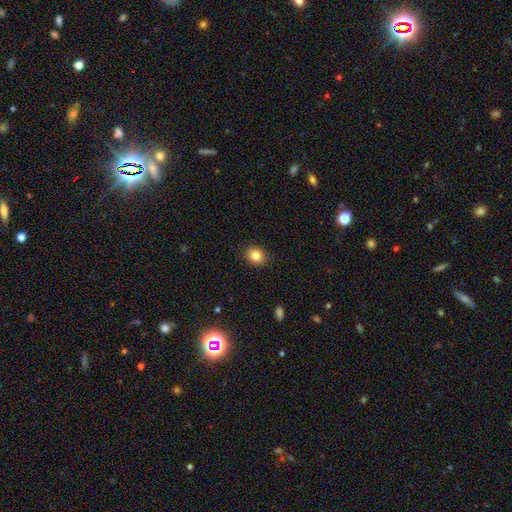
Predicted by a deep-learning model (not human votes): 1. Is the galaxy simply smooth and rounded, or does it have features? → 84% smooth, 10% star or artifact, 6% featured or disk.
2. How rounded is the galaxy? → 57% round, 42% in between, 1% cigar-shaped.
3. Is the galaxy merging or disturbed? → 89% none, 8% minor disturbance, 2% major disturbance, 1% merger.